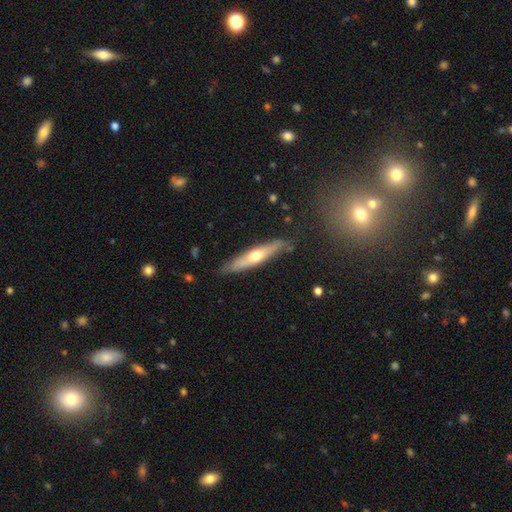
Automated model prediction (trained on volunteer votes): This is possibly a featured or disk galaxy (52%). It is clearly viewed edge-on (86%). Merging: clearly none (82%).